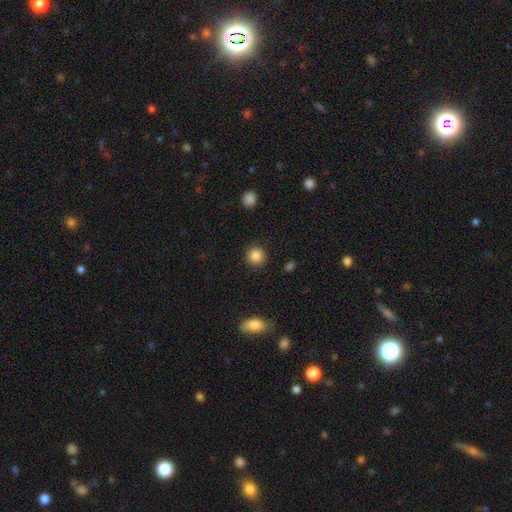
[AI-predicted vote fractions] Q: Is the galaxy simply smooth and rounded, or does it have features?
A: smooth — 87%.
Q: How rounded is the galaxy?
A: round — 92%.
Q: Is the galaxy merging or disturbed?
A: none — 90%.